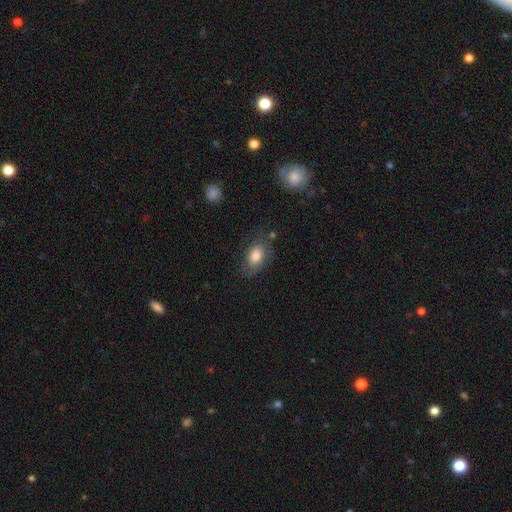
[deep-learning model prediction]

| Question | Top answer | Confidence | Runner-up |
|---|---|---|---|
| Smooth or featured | smooth | 77% | featured or disk (15%) |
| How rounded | in between | 86% | round (12%) |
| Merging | none | 66% | minor disturbance (22%) |